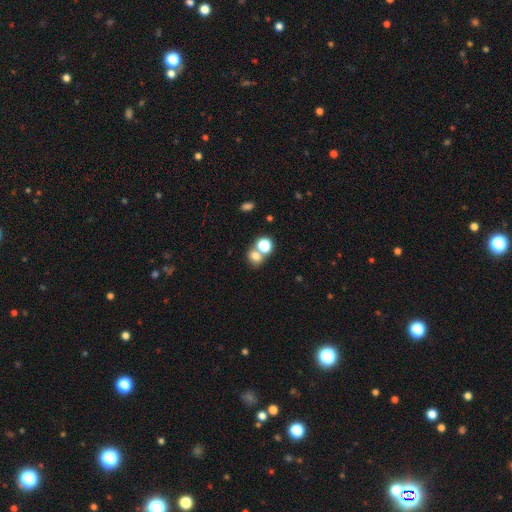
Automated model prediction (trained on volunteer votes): A smooth galaxy with no disk features (73%) that is round (68%). Merging: none (48%).